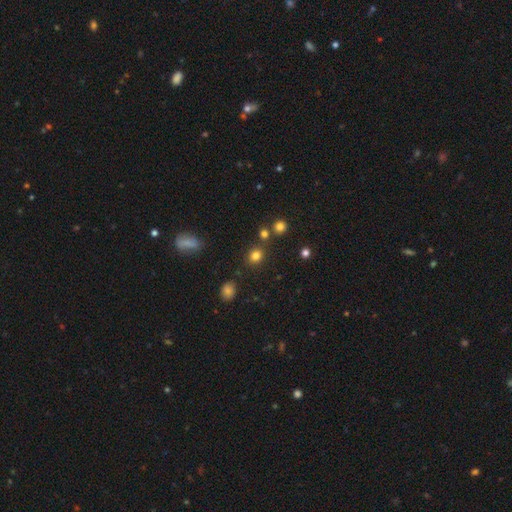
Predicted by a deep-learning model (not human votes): Q: Smooth or featured?
A: smooth (78%); runner-up: star or artifact (16%)
Q: How rounded?
A: round (77%); runner-up: in between (21%)
Q: Merging?
A: none (79%); runner-up: minor disturbance (9%)